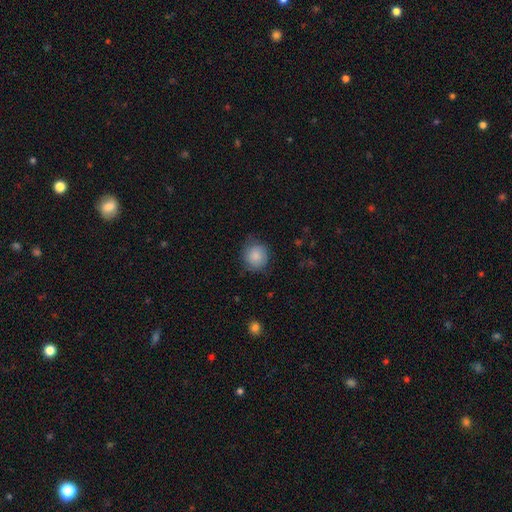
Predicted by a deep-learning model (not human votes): A smooth galaxy with no disk features (84%) that is round (87%).

Vote fractions:
- Smooth or featured? smooth: 84% / featured or disk: 9% / star or artifact: 7%
- How rounded? round: 87% / in between: 12% / cigar-shaped: 1%
- Merging? none: 72% / minor disturbance: 22% / major disturbance: 6% / merger: 1%